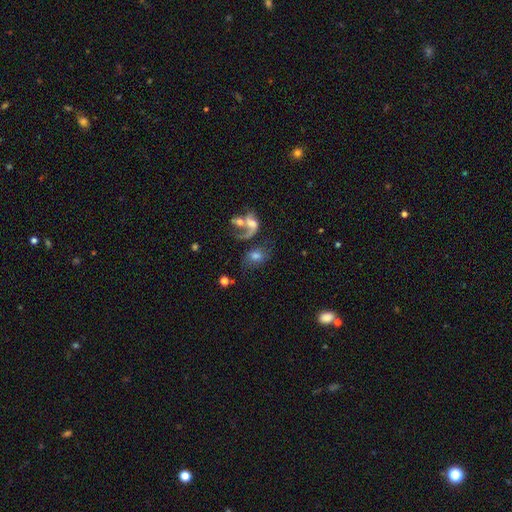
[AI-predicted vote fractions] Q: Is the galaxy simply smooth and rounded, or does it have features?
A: smooth — 54%.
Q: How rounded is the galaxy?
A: in between — 73%.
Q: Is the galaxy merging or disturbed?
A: merger — 38%.